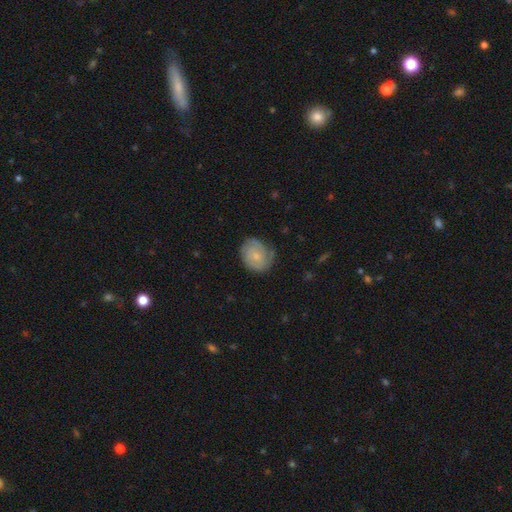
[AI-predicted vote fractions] Smooth or featured: featured or disk — 53% (smooth — 40%)
Edge-on disk: no — 97% (yes — 3%)
Bar: no — 74% (weak — 23%)
Spiral arms: yes — 85% (no — 15%)
Bulge size: small — 61% (moderate — 30%)
Merging: none — 68% (minor disturbance — 24%)